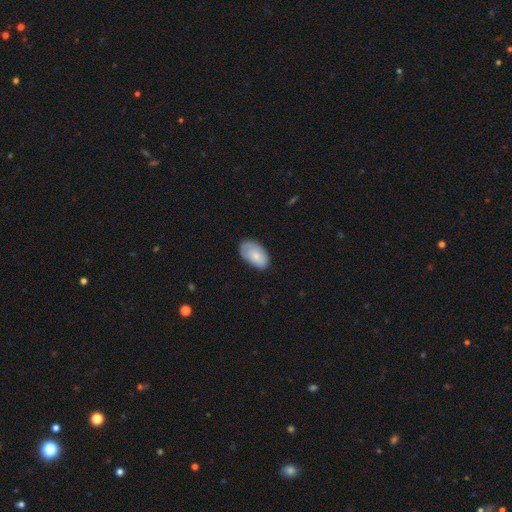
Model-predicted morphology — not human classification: Smooth or featured?
  - smooth: 76% *
  - featured or disk: 18%
  - star or artifact: 6%
How rounded?
  - in between: 94% *
  - round: 5%
  - cigar-shaped: 1%
Merging?
  - none: 68% *
  - minor disturbance: 25%
  - major disturbance: 6%
  - merger: 1%